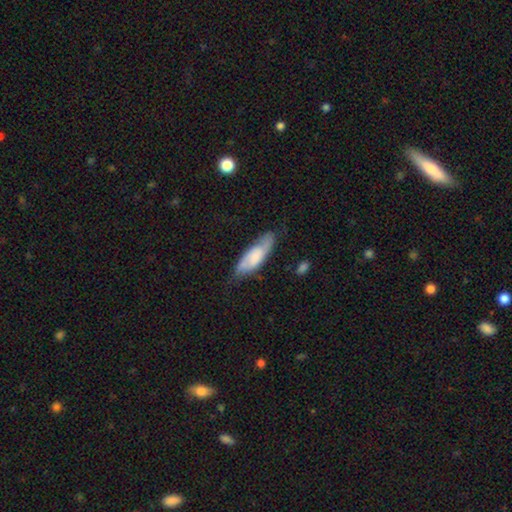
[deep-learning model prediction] A smooth galaxy with no disk features (60%) that is in between round and cigar-shaped (52%).

Vote fractions:
- Smooth or featured? smooth: 60% / featured or disk: 33% / star or artifact: 7%
- How rounded? in between: 52% / cigar-shaped: 46% / round: 2%
- Merging? none: 67% / minor disturbance: 25% / major disturbance: 6% / merger: 2%